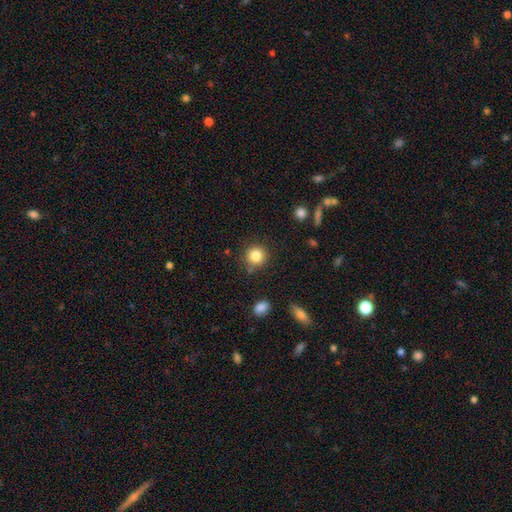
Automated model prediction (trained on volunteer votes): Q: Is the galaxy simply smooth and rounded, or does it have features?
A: smooth — 84%.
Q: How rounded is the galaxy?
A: round — 92%.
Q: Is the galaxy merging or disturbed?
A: none — 84%.